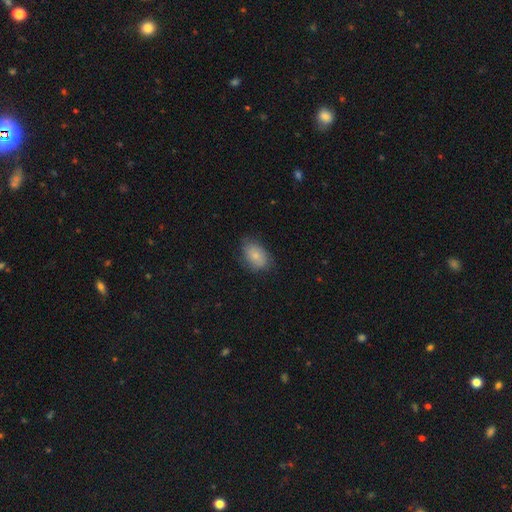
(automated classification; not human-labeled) This appears to be a smooth galaxy with no disk features (79%) that is in between round and cigar-shaped (87%). Merging: none (71%).